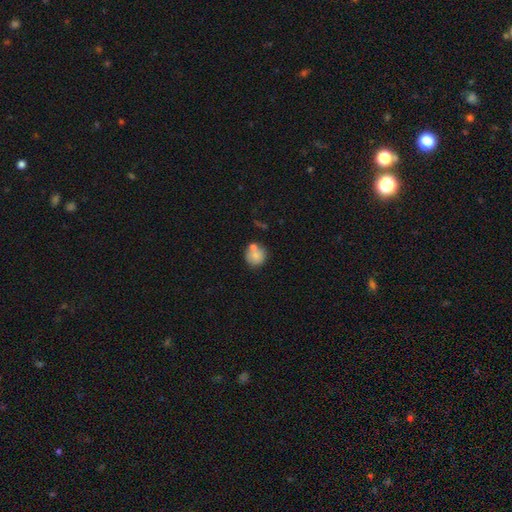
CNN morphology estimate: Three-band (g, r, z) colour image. It shows a smooth galaxy with no disk features (77%) that is round (89%). Merging: none (59%).